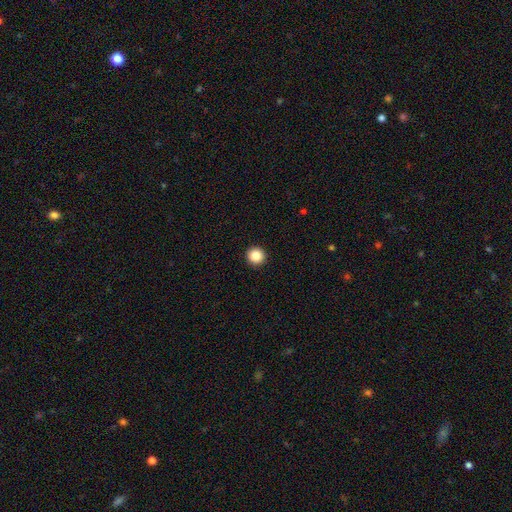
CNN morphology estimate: This is clearly a smooth galaxy (87%). How rounded: clearly round (96%). Merging: clearly none (94%).